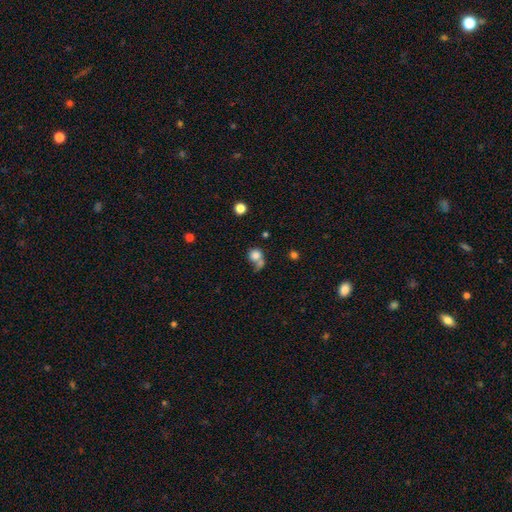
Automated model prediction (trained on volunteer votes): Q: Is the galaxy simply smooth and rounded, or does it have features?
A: smooth — 79%.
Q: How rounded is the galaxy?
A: round — 78%.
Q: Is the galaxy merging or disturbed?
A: merger — 40%.